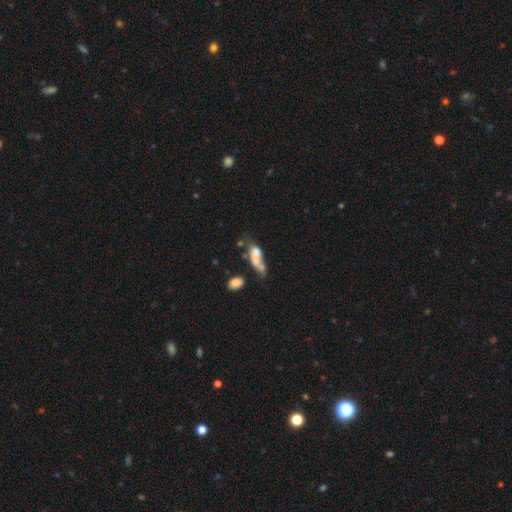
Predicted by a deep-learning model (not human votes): The model was most divided on "merging": merger: 43%, major disturbance: 25%, none: 17%, minor disturbance: 15%. More confident: how rounded — in between (74%); smooth or featured — smooth (57%).